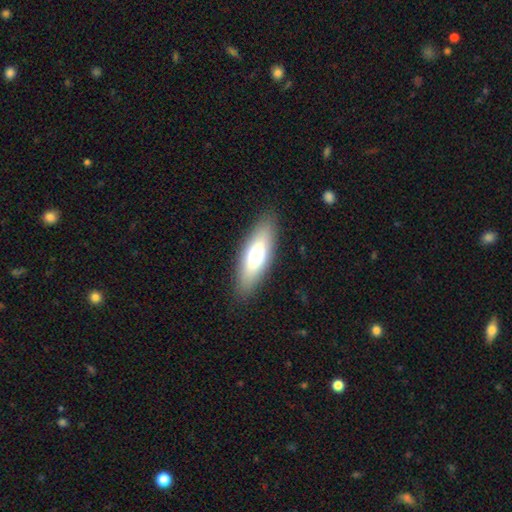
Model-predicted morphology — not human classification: This is likely a smooth galaxy (66%). How rounded: likely in between (62%). Merging: clearly none (88%).